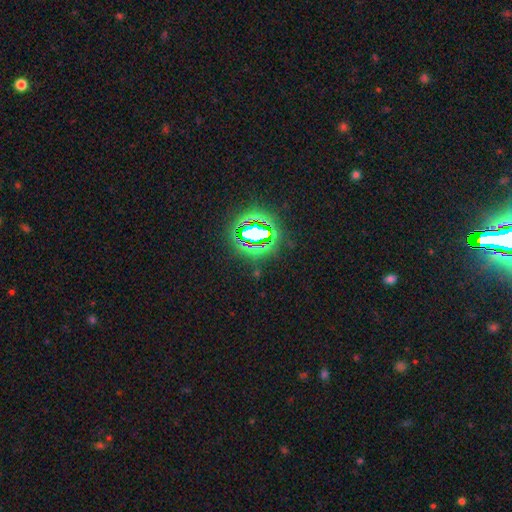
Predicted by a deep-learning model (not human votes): star or artifact 79%, smooth 12%, featured or disk 9%.